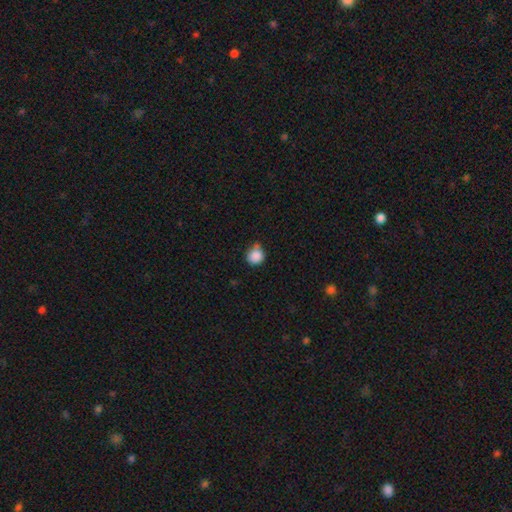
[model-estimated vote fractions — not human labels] Smooth or featured? smooth (87%)
How rounded? round (86%)
Merging? none (54%)